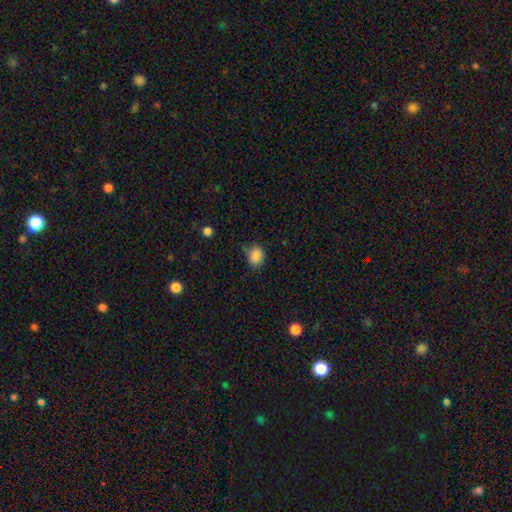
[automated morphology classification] Smooth or featured? Predicted: smooth (p=0.86). How rounded? Predicted: round (p=0.51). Merging? Predicted: none (p=0.68).